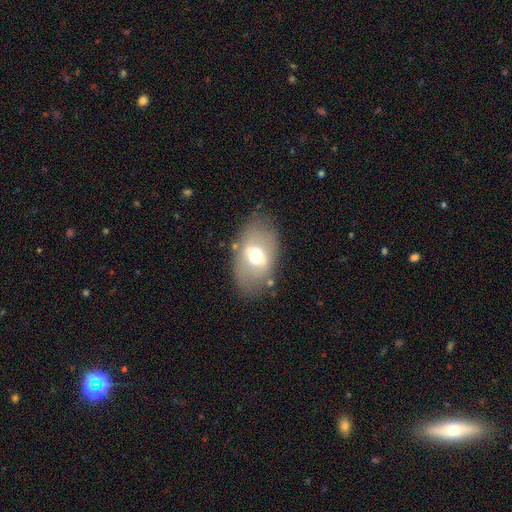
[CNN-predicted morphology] A smooth galaxy with no disk features (49%).

Vote fractions:
- Smooth or featured? smooth: 49% / featured or disk: 42% / star or artifact: 9%
- Merging? none: 74% / minor disturbance: 16% / major disturbance: 7% / merger: 3%